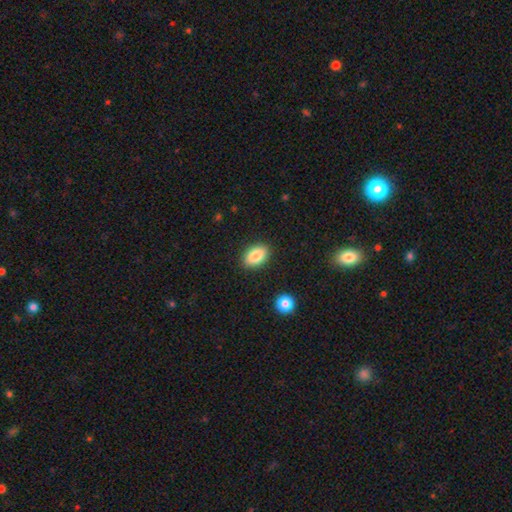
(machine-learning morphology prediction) Overall: smooth (87%). How rounded: in between (91%). Merging: none (87%).